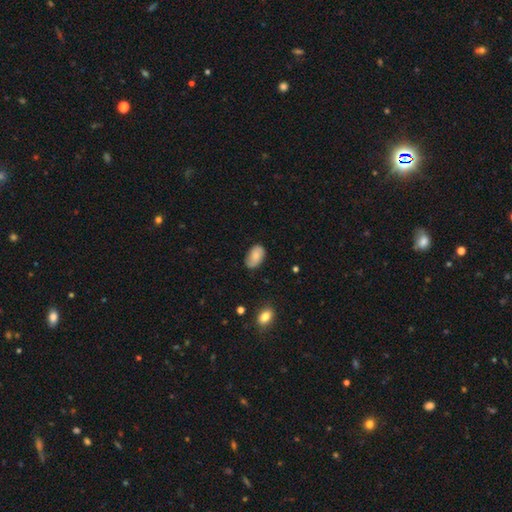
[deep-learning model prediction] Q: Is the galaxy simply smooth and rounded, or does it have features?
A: smooth — 73%.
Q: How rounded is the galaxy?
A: in between — 92%.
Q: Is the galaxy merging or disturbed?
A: none — 70%.